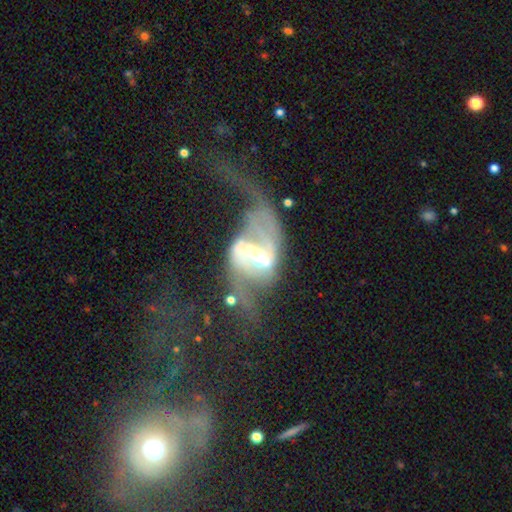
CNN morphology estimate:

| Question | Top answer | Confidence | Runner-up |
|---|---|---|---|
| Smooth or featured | featured or disk | 87% | star or artifact (7%) |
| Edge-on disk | no | 97% | yes (3%) |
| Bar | strong | 50% | weak (39%) |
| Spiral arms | yes | 92% | no (8%) |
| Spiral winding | loose | 69% | medium (24%) |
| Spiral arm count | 2 | 88% | can't tell (5%) |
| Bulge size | moderate | 43% | small (40%) |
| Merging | major disturbance | 37% | none (32%) |